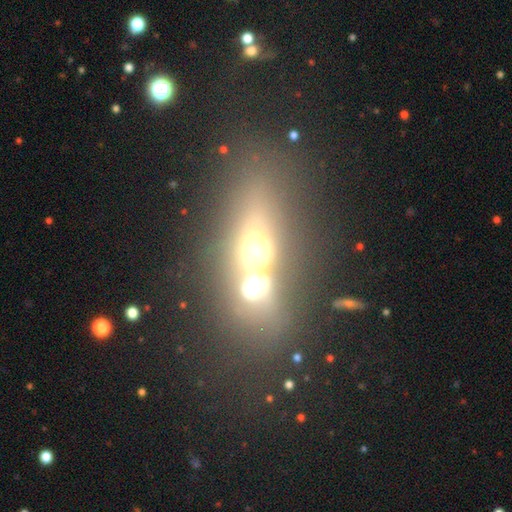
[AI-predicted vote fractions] This is marginally a smooth galaxy (43%). Merging: likely merger (64%).